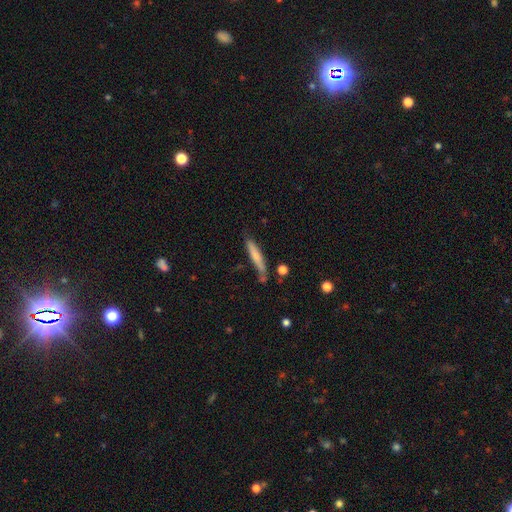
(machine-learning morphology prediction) smooth-or-featured: smooth: 69% | featured or disk: 25% | star or artifact: 6%
  how-rounded: cigar-shaped: 92% | in between: 7% | round: 2%
  merging: none: 67% | minor disturbance: 21% | merger: 7% | major disturbance: 5%